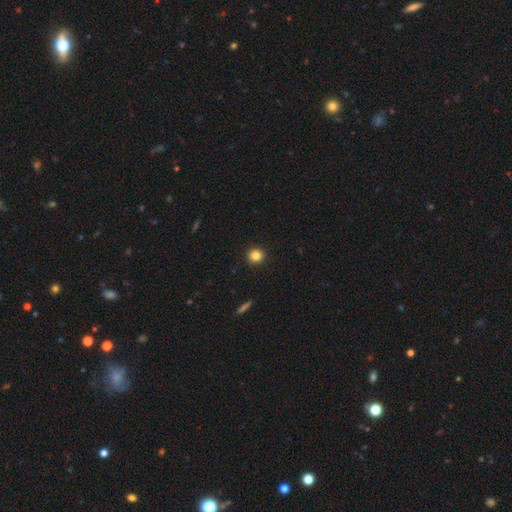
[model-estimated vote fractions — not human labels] The model was most divided on "smooth or featured": smooth: 84%, star or artifact: 12%, featured or disk: 5%. More confident: how rounded — round (94%); merging — none (93%).